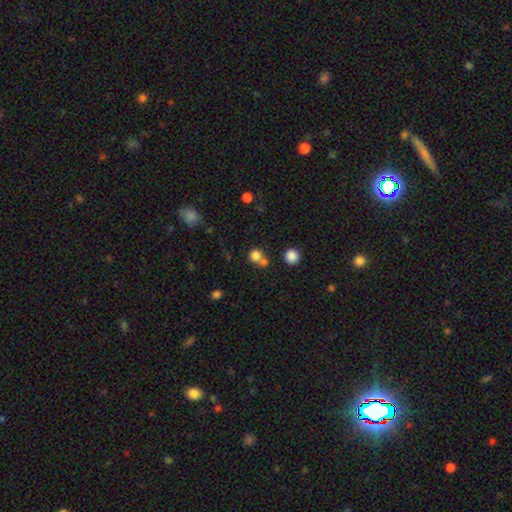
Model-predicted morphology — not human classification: Smooth or featured? Predicted: smooth (p=0.80). How rounded? Predicted: round (p=0.87). Merging? Predicted: none (p=0.51).